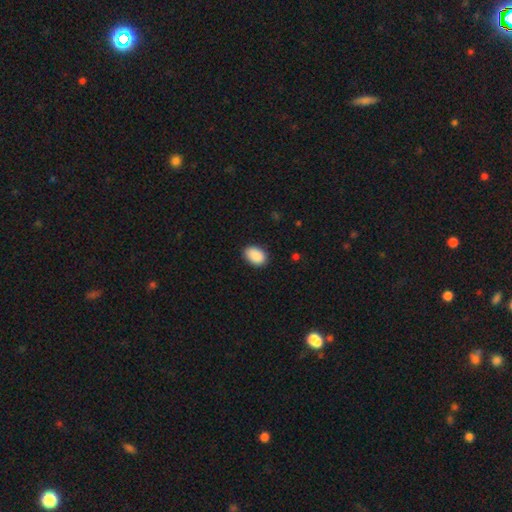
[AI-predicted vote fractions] The model was most divided on "merging": none: 86%, minor disturbance: 11%, major disturbance: 2%, merger: 1%. More confident: smooth or featured — smooth (90%); how rounded — in between (87%).